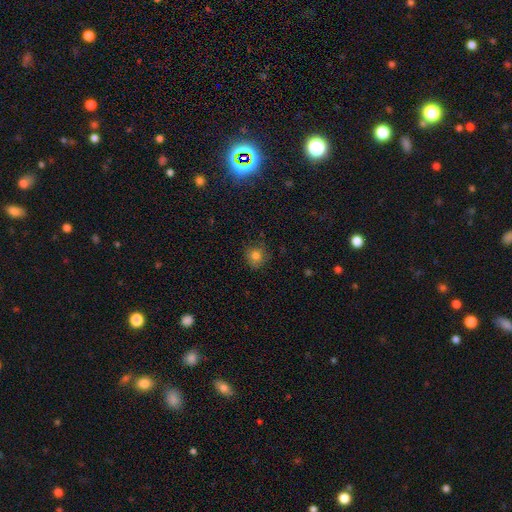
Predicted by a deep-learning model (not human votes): smooth_or_featured: smooth (p=0.79) [alt: star or artifact p=0.13]
how_rounded: round (p=0.83) [alt: in between p=0.16]
merging: none (p=0.79) [alt: minor disturbance p=0.16]